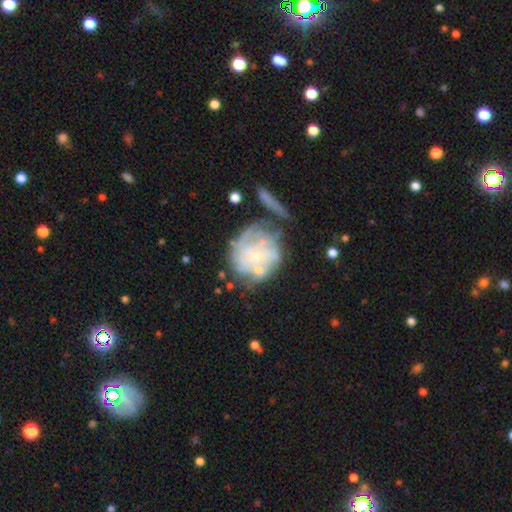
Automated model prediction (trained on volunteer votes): Q: Smooth or featured?
A: featured or disk (66%); runner-up: smooth (26%)
Q: Edge-on disk?
A: no (97%); runner-up: yes (3%)
Q: Bar?
A: no (83%); runner-up: weak (14%)
Q: Spiral arms?
A: yes (57%); runner-up: no (43%)
Q: Bulge size?
A: small (76%); runner-up: moderate (16%)
Q: Merging?
A: none (39%); runner-up: minor disturbance (22%)